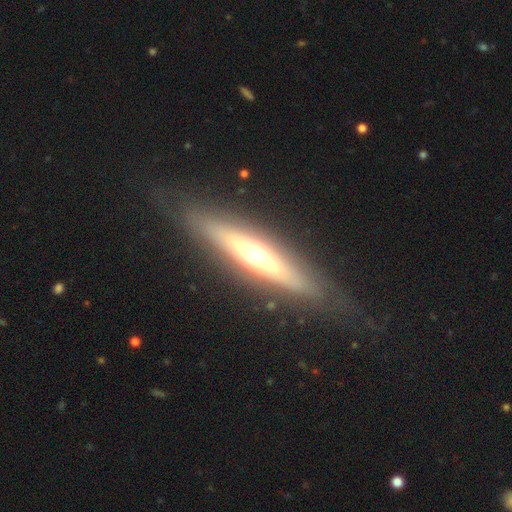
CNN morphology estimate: Smooth or featured: featured or disk — 64% (smooth — 29%)
Edge-on disk: yes — 84% (no — 16%)
Edge-on bulge: rounded — 84% (none — 10%)
Merging: none — 81% (minor disturbance — 13%)